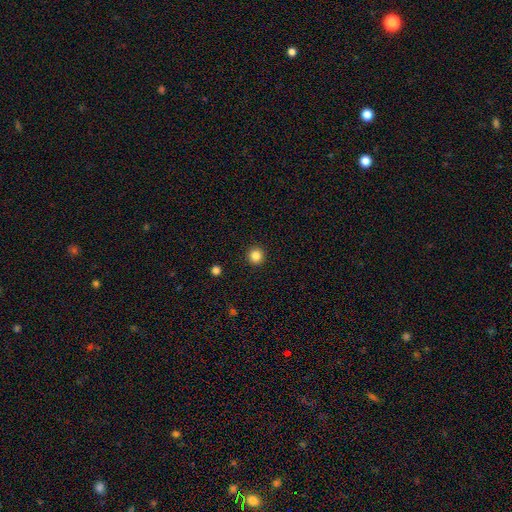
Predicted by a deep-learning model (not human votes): Smooth or featured? smooth (85%)
How rounded? round (95%)
Merging? none (93%)